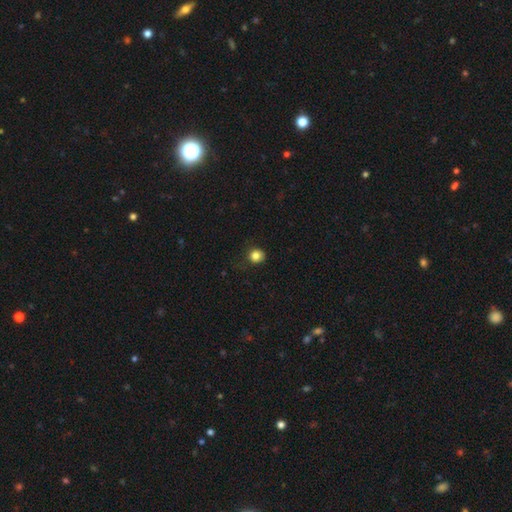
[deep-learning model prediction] A smooth galaxy with no disk features (83%) that is round (88%).

Vote fractions:
- Smooth or featured? smooth: 83% / star or artifact: 12% / featured or disk: 5%
- How rounded? round: 88% / in between: 11% / cigar-shaped: 1%
- Merging? none: 78% / minor disturbance: 16% / major disturbance: 4% / merger: 1%